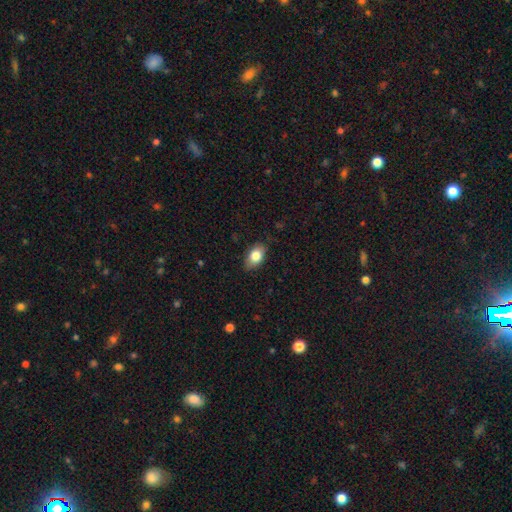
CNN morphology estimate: Smooth or featured: smooth — 81% (featured or disk — 12%)
How rounded: in between — 88% (round — 10%)
Merging: none — 82% (minor disturbance — 14%)